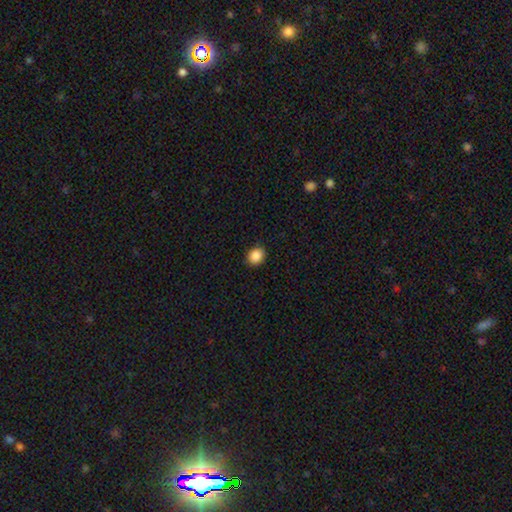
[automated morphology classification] Smooth or featured?
  - smooth: 88% *
  - star or artifact: 9%
  - featured or disk: 3%
How rounded?
  - round: 64% *
  - in between: 35%
  - cigar-shaped: 1%
Merging?
  - none: 90% *
  - minor disturbance: 7%
  - major disturbance: 2%
  - merger: 1%